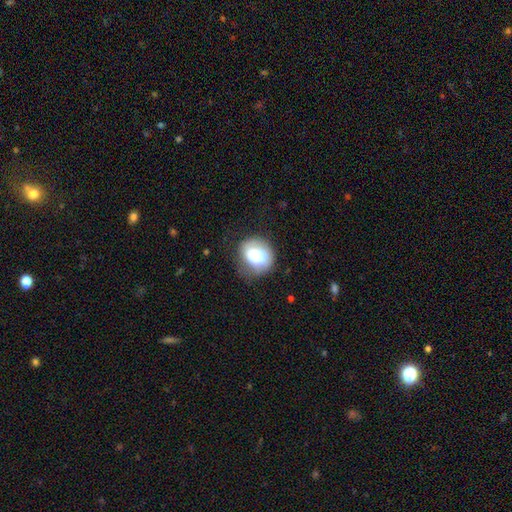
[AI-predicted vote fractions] A smooth galaxy with no disk features (74%) that is round (66%).

Vote fractions:
- Smooth or featured? smooth: 74% / featured or disk: 19% / star or artifact: 8%
- How rounded? round: 66% / in between: 33% / cigar-shaped: 1%
- Merging? none: 56% / minor disturbance: 29% / major disturbance: 13% / merger: 2%